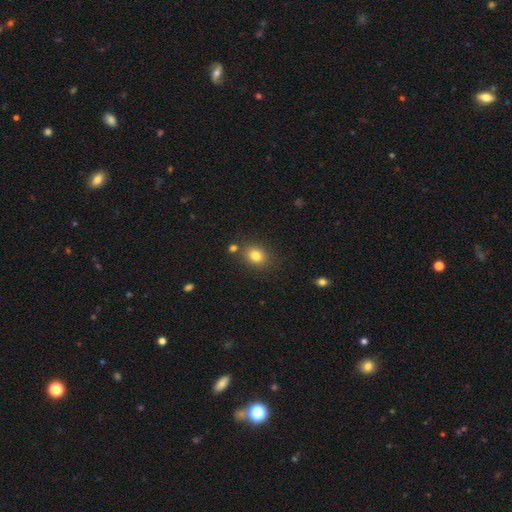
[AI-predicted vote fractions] Q: Smooth or featured?
A: smooth (81%); runner-up: star or artifact (11%)
Q: How rounded?
A: round (52%); runner-up: in between (47%)
Q: Merging?
A: none (77%); runner-up: minor disturbance (11%)